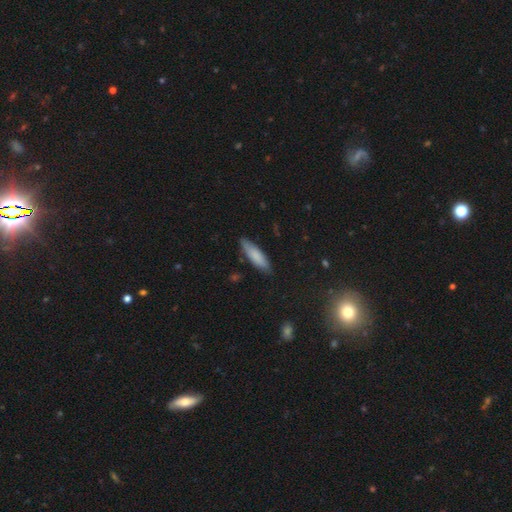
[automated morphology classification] smooth-or-featured: smooth: 81% | featured or disk: 13% | star or artifact: 6%
  how-rounded: cigar-shaped: 62% | in between: 37% | round: 2%
  merging: none: 84% | minor disturbance: 13% | major disturbance: 2% | merger: 1%